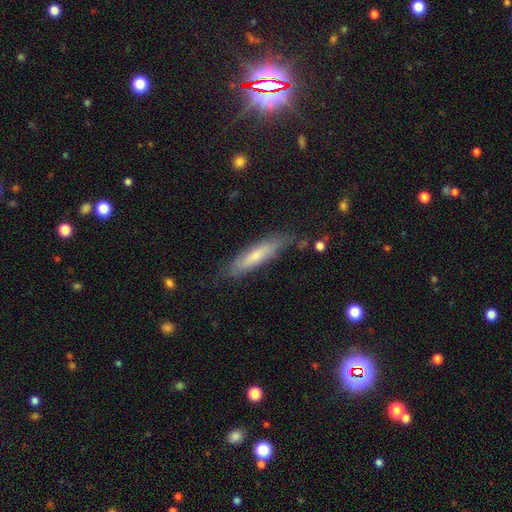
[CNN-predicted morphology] The model was most divided on "smooth or featured": smooth: 61%, featured or disk: 32%, star or artifact: 6%. More confident: how rounded — cigar-shaped (82%); merging — none (77%).